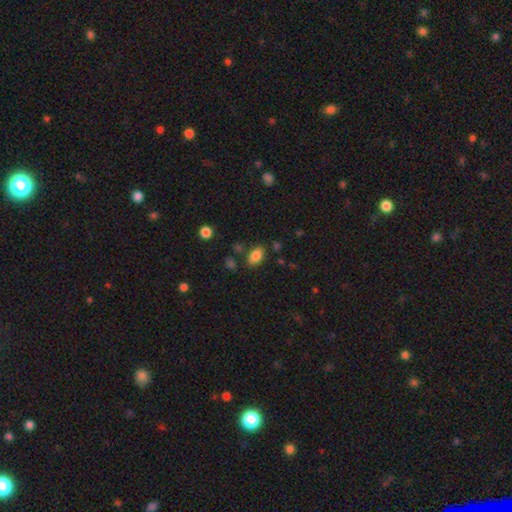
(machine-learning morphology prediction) Smooth or featured? smooth (84%)
How rounded? in between (88%)
Merging? none (79%)